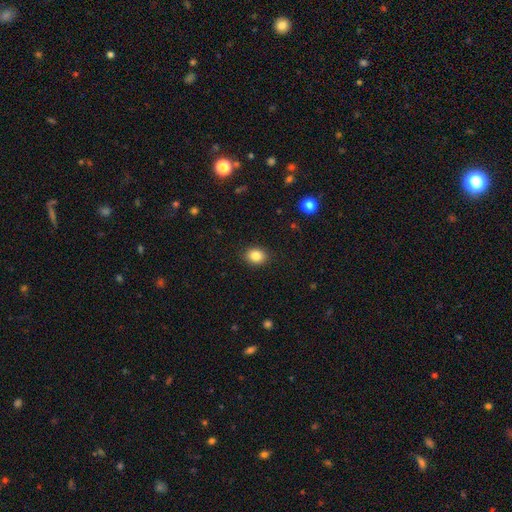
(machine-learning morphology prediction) Smooth or featured? smooth (85%)
How rounded? round (57%)
Merging? none (90%)